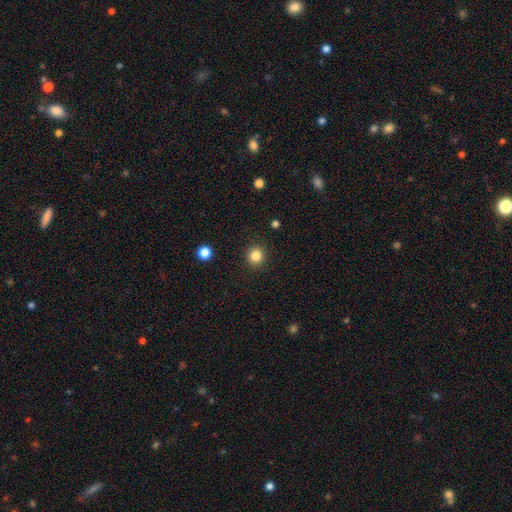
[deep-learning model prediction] Smooth or featured? smooth (84%)
How rounded? round (91%)
Merging? none (91%)